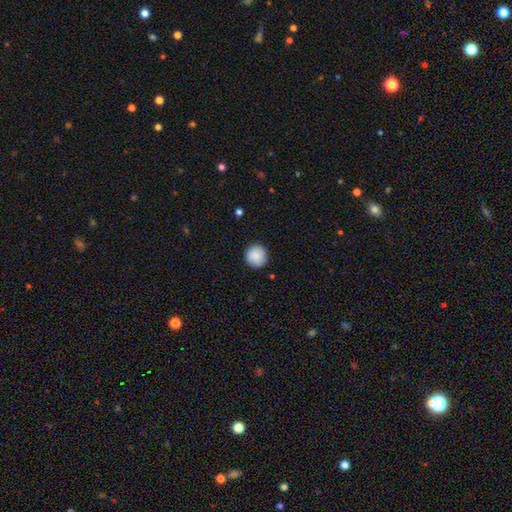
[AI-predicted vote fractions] This appears to be a smooth galaxy with no disk features (89%) that is round (95%). Merging: none (88%).